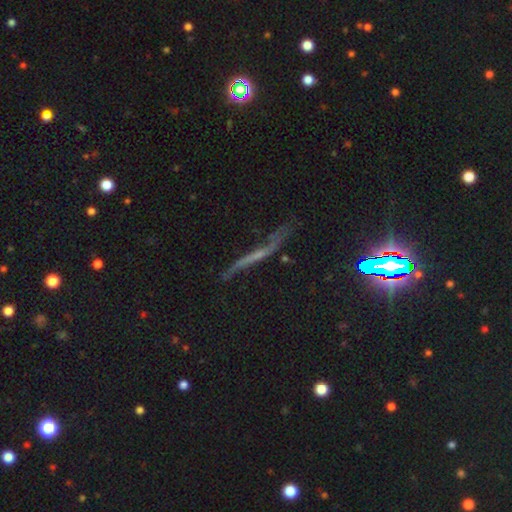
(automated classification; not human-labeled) Q: Smooth or featured?
A: featured or disk (56%); runner-up: star or artifact (24%)
Q: Edge-on disk?
A: yes (64%); runner-up: no (36%)
Q: Merging?
A: none (54%); runner-up: minor disturbance (22%)